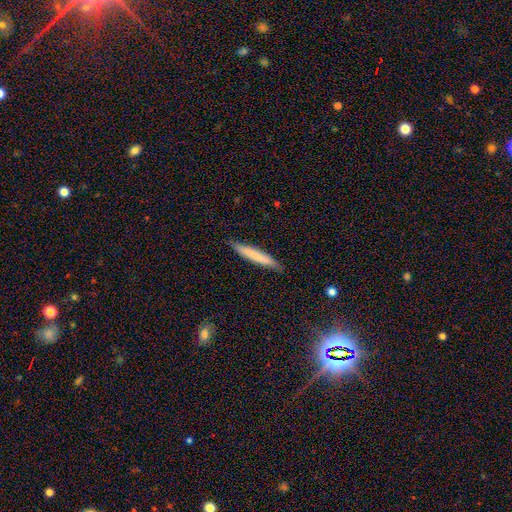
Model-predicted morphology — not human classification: smooth_or_featured: smooth (p=0.71) [alt: featured or disk p=0.23]
how_rounded: cigar-shaped (p=0.95) [alt: in between p=0.04]
merging: none (p=0.88) [alt: minor disturbance p=0.09]